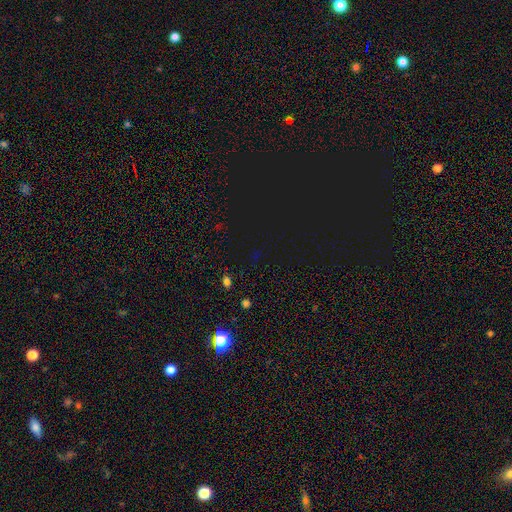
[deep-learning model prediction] smooth_or_featured: star or artifact (p=0.70) [alt: smooth p=0.23]